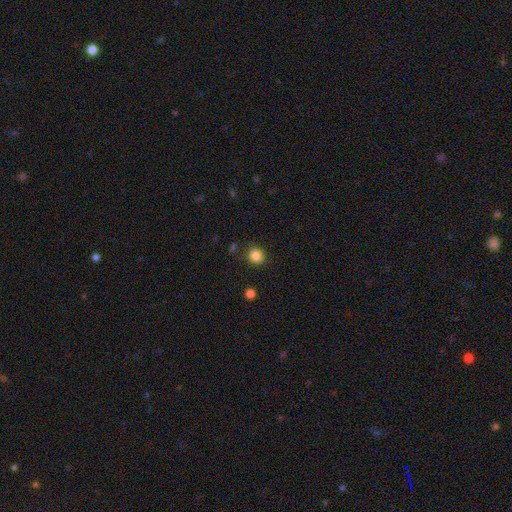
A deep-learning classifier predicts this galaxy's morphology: smooth 85%, star or artifact 11%, featured or disk 4%. Down the decision tree: how rounded — round (87%); merging — none (86%).